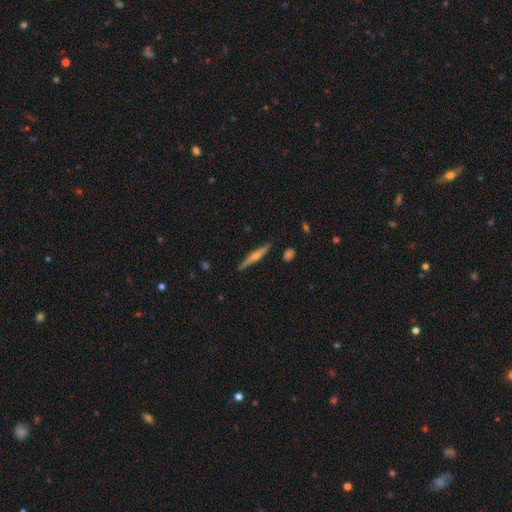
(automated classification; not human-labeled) featured or disk 70%, smooth 24%, star or artifact 6%. Down the decision tree: edge-on disk — yes (98%); edge-on bulge — rounded (89%); merging — none (90%).